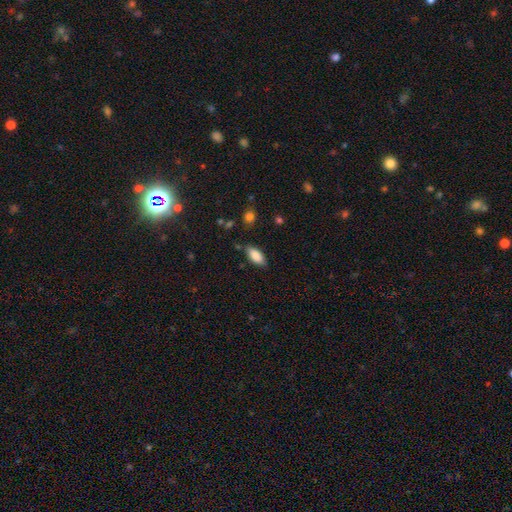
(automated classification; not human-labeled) Q: Smooth or featured?
A: smooth (87%); runner-up: star or artifact (7%)
Q: How rounded?
A: in between (90%); runner-up: cigar-shaped (8%)
Q: Merging?
A: none (80%); runner-up: minor disturbance (15%)